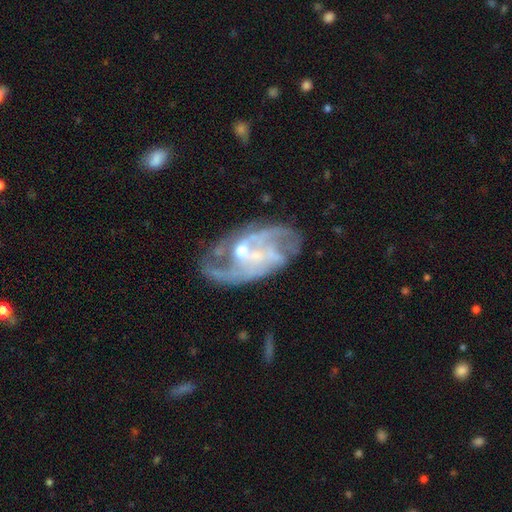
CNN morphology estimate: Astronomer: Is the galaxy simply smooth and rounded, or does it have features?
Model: featured or disk — 86%.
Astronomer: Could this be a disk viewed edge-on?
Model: no — 96%.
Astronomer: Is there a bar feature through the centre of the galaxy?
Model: no — 56% (runner-up: weak, 34%).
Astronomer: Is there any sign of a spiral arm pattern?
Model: yes — 92%.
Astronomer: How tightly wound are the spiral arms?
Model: medium — 46% (runner-up: tight, 30%).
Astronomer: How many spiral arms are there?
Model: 2 — 39% (runner-up: can't tell, 22%).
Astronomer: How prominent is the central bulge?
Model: small — 57% (runner-up: moderate, 35%).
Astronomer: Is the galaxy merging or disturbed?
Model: none — 61%.